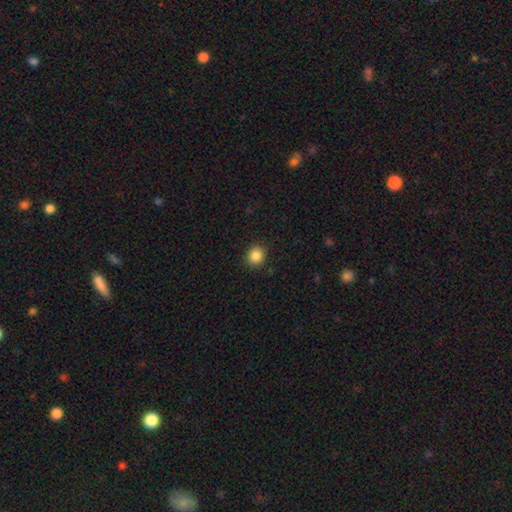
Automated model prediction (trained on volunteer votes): A smooth galaxy with no disk features (87%) that is round (81%). Merging: none (89%).